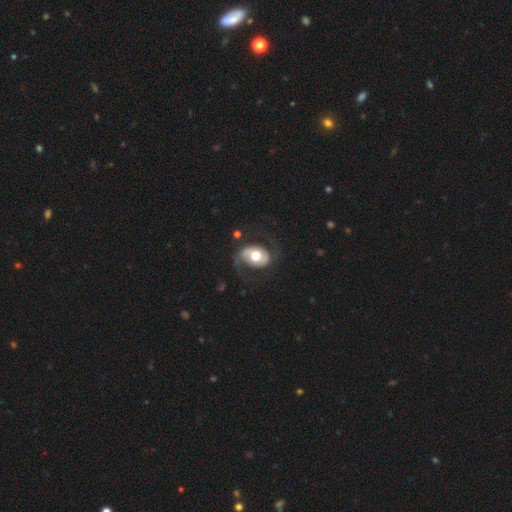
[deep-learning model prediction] Morphology: type=featured or disk (64%); edge-on=no (96%); bar=no (57%); spiral arms=yes (74%); bulge=moderate (59%); merging=none (66%).